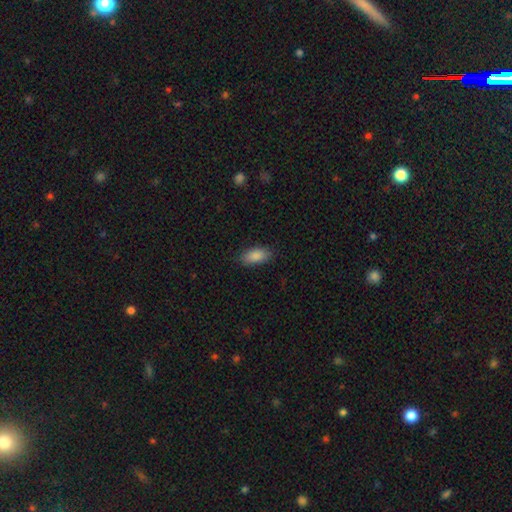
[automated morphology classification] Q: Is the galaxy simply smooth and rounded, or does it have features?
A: smooth — 88%.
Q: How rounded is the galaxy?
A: in between — 89%.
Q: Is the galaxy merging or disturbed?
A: none — 85%.